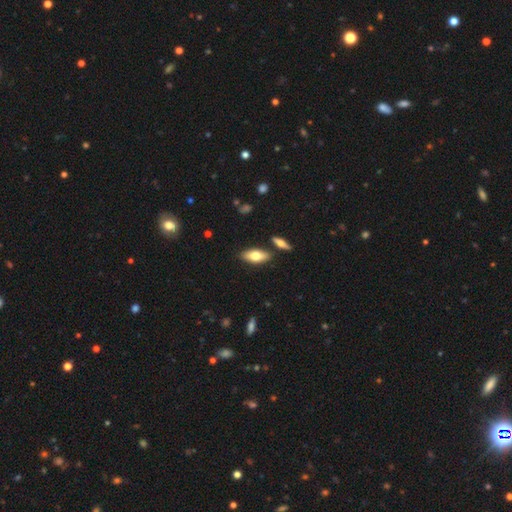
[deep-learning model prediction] A smooth galaxy with no disk features (70%) that is in between round and cigar-shaped (79%). Merging: none (81%).